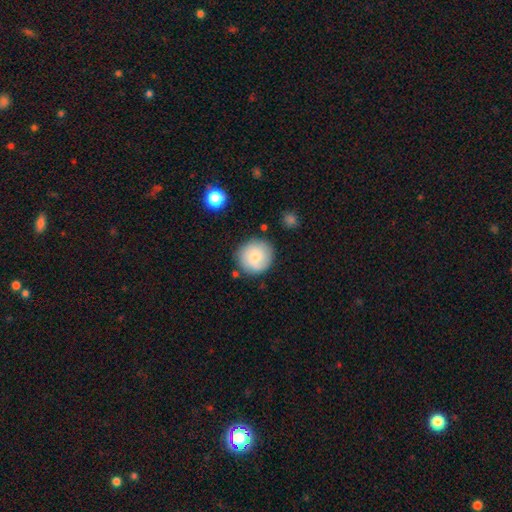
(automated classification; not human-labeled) smooth_or_featured: smooth (p=0.69) [alt: featured or disk p=0.24]
how_rounded: round (p=0.92) [alt: in between p=0.07]
merging: none (p=0.81) [alt: minor disturbance p=0.12]